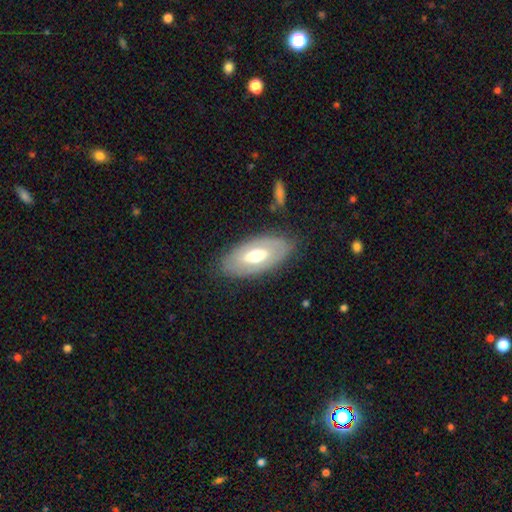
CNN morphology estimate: A featured or disk galaxy (53%).

Vote fractions:
- Smooth or featured? featured or disk: 53% / smooth: 41% / star or artifact: 6%
- Edge-on disk? no: 84% / yes: 16%
- Merging? none: 80% / minor disturbance: 14% / major disturbance: 5% / merger: 2%